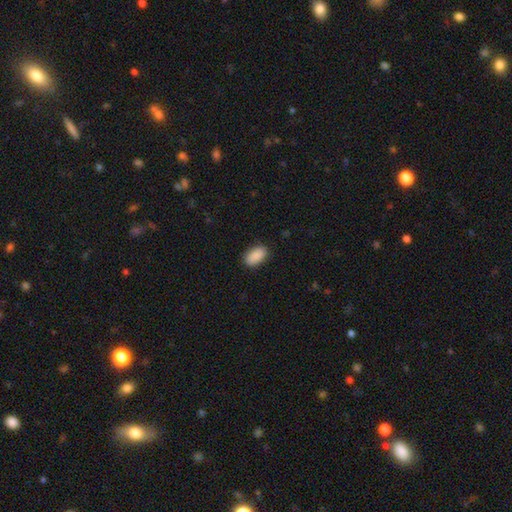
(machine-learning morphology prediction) smooth 90%, star or artifact 7%, featured or disk 3%. Down the decision tree: how rounded — in between (94%); merging — none (87%).